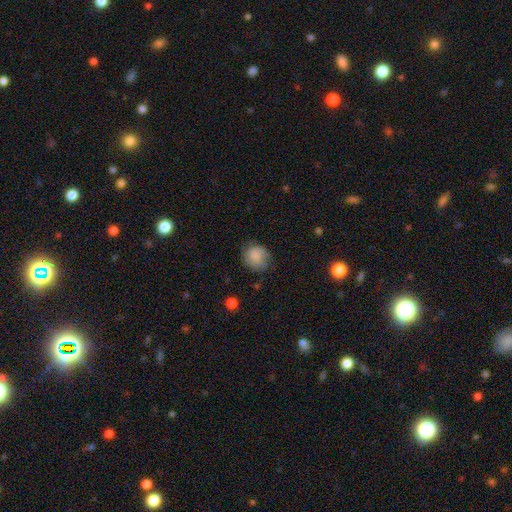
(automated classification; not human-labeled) A smooth galaxy with no disk features (72%) that is round (75%).

Vote fractions:
- Smooth or featured? smooth: 72% / featured or disk: 20% / star or artifact: 8%
- How rounded? round: 75% / in between: 24% / cigar-shaped: 1%
- Merging? none: 67% / minor disturbance: 23% / major disturbance: 8% / merger: 1%